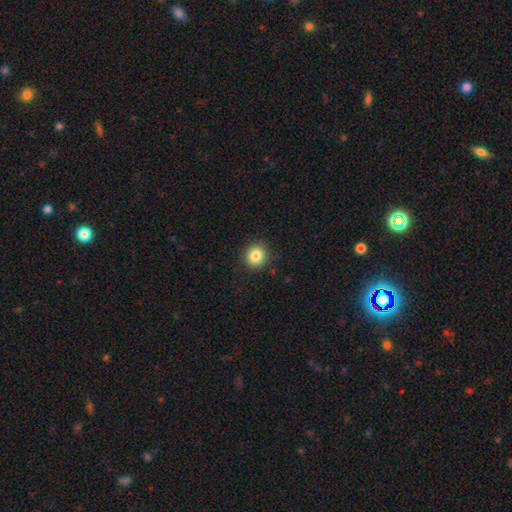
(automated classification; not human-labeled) This is clearly a smooth galaxy (84%). How rounded: clearly round (89%). Merging: clearly none (89%).